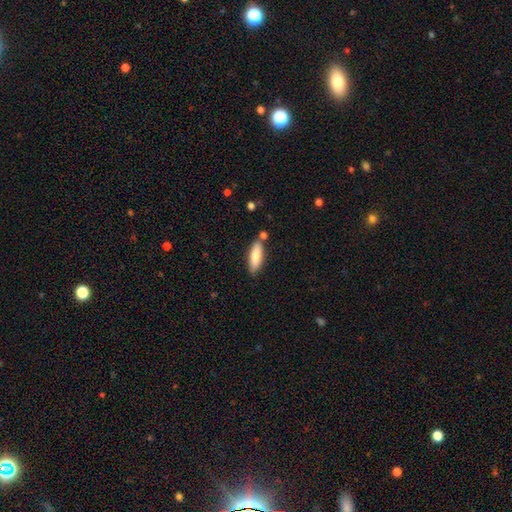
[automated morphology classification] Overall: smooth (81%). How rounded: in between (56%; cigar-shaped 42%). Merging: none (76%).